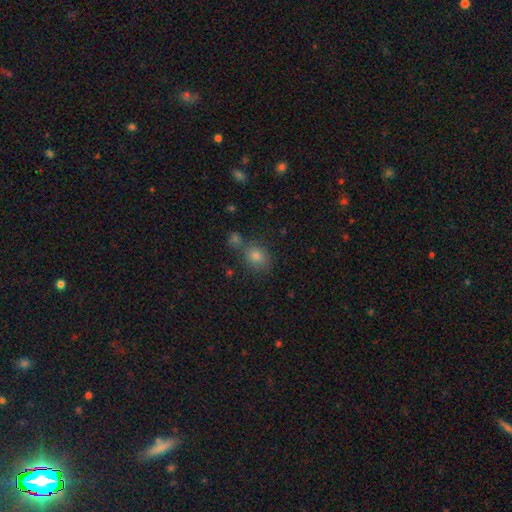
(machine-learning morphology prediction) A smooth galaxy with no disk features (75%) that is round (63%).

Vote fractions:
- Smooth or featured? smooth: 75% / star or artifact: 17% / featured or disk: 8%
- How rounded? round: 63% / in between: 35% / cigar-shaped: 1%
- Merging? none: 69% / merger: 16% / minor disturbance: 11% / major disturbance: 4%